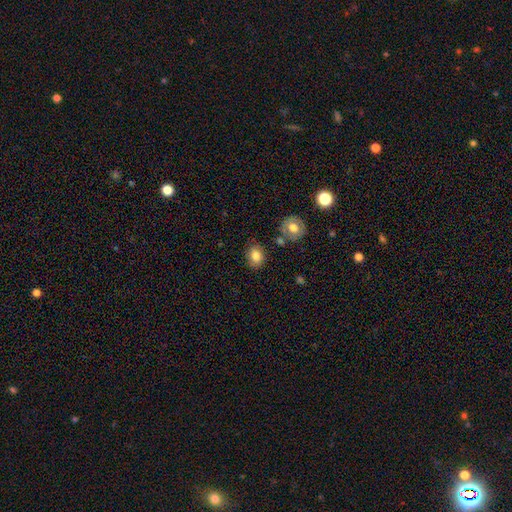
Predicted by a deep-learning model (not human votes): This is clearly a smooth galaxy (80%). How rounded: possibly in between (54%). Merging: likely none (79%).